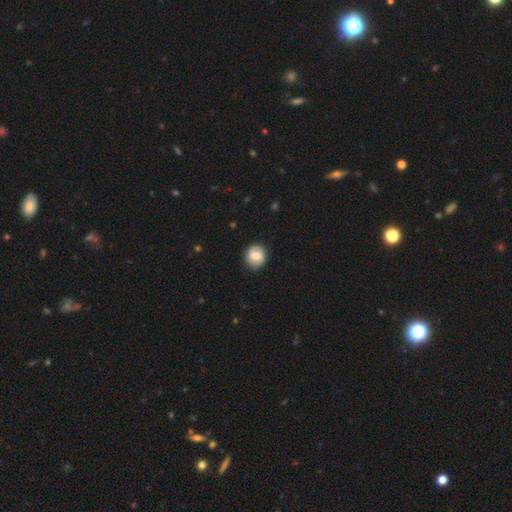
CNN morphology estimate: This appears to be a smooth galaxy with no disk features (54%) that is round (71%). Merging: none (84%).